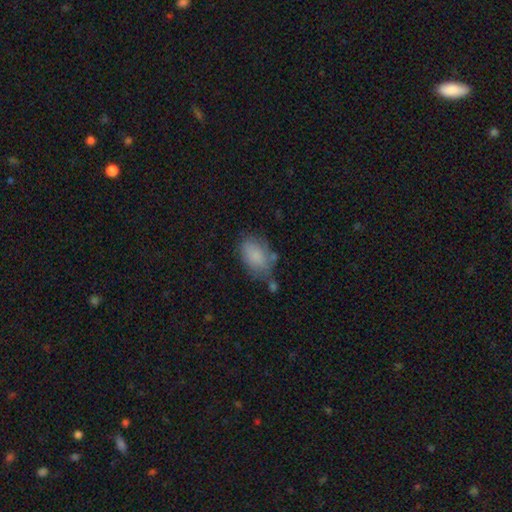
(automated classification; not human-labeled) smooth-or-featured: smooth: 82% | featured or disk: 10% | star or artifact: 8%
  how-rounded: in between: 89% | round: 9% | cigar-shaped: 2%
  merging: none: 57% | minor disturbance: 27% | major disturbance: 9% | merger: 7%